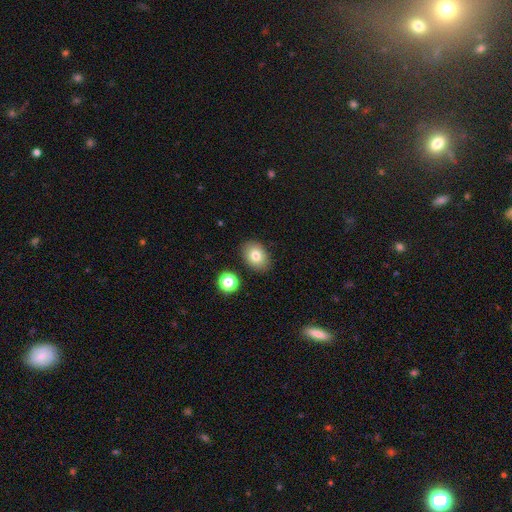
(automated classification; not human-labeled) Smooth or featured: smooth — 80% (featured or disk — 10%)
How rounded: in between — 70% (round — 29%)
Merging: none — 85% (minor disturbance — 10%)